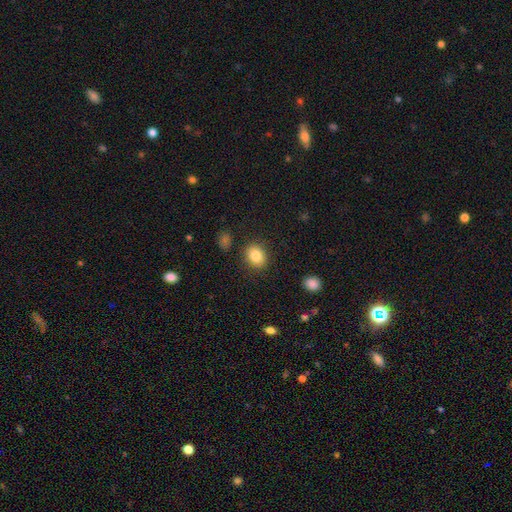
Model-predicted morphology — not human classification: The model was most divided on "how rounded": round: 53%, in between: 46%, cigar-shaped: 1%. More confident: merging — none (87%); smooth or featured — smooth (84%).